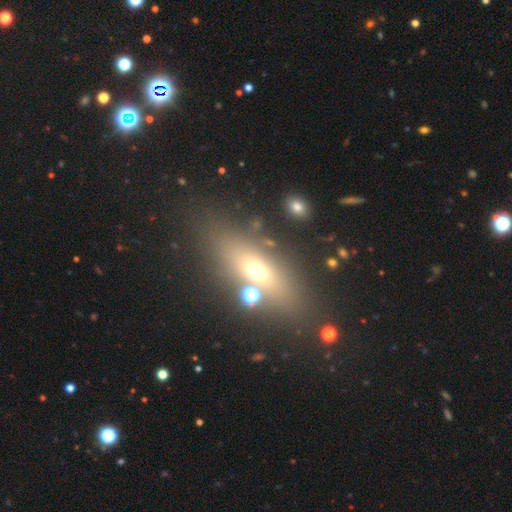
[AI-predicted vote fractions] Smooth or featured? Predicted: smooth (p=0.41). Merging? Predicted: none (p=0.74).